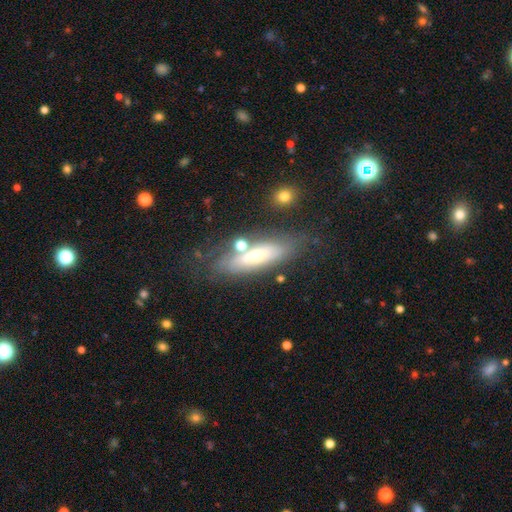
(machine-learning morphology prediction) A featured or disk galaxy (53%). Merging: none (65%).